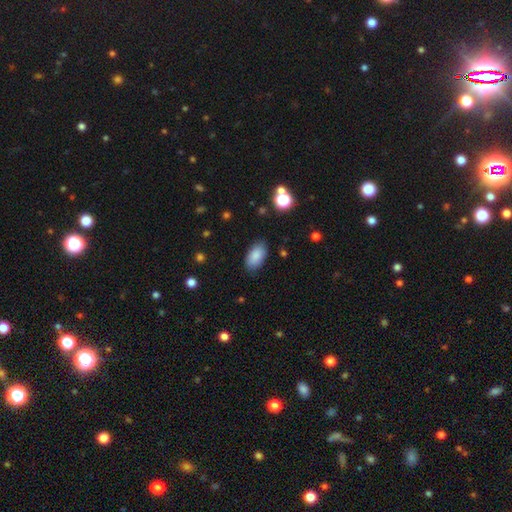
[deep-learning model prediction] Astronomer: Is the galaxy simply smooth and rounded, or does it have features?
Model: smooth — 87%.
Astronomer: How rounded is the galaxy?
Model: in between — 94%.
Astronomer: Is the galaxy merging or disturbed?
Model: none — 85%.